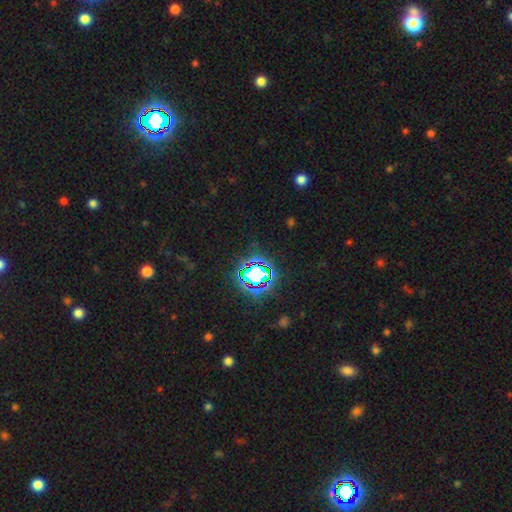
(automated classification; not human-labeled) Q: Smooth or featured?
A: star or artifact (81%); runner-up: smooth (12%)